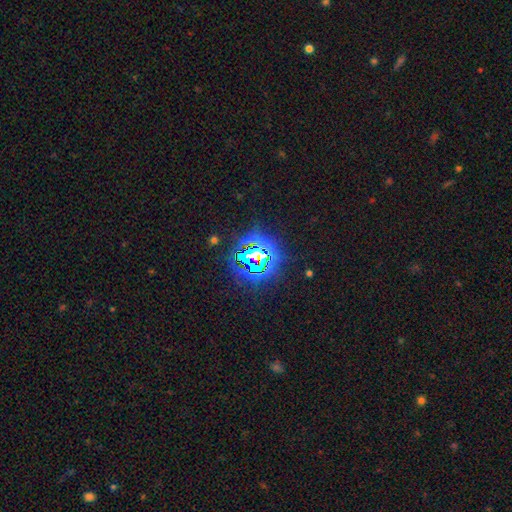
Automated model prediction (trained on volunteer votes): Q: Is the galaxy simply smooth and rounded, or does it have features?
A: star or artifact — 78%.